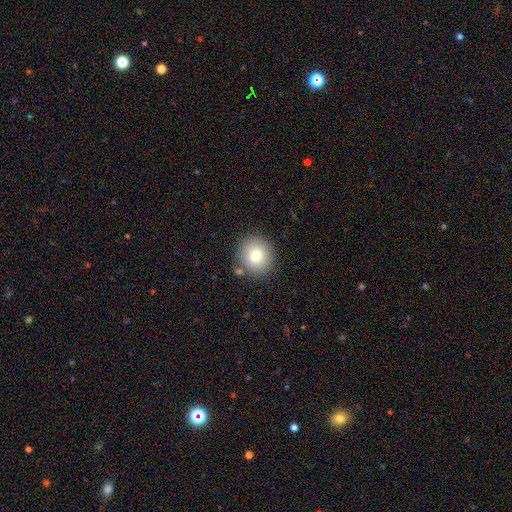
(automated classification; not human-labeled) Morphology: type=smooth (79%); roundness=round (90%); merging=none (83%).